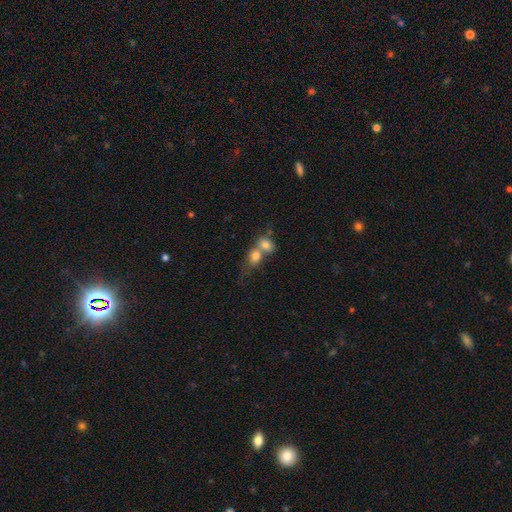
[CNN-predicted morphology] type=smooth (77%); roundness=in between (50%); merging=merger (72%).